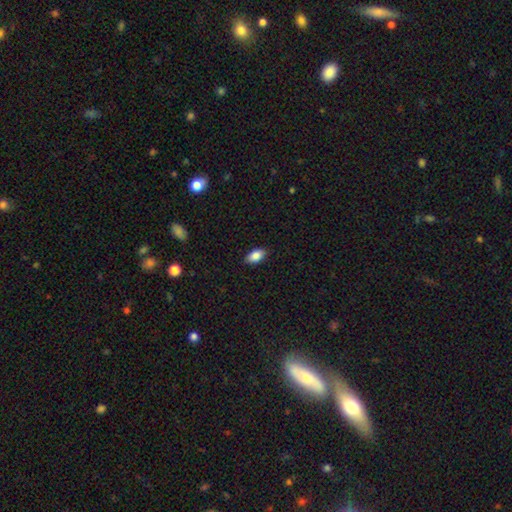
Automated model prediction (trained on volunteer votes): The model was most divided on "merging": none: 87%, minor disturbance: 10%, major disturbance: 2%, merger: 1%. More confident: how rounded — in between (92%); smooth or featured — smooth (87%).